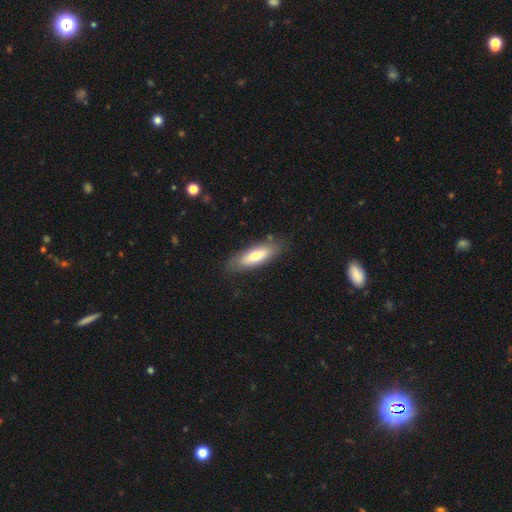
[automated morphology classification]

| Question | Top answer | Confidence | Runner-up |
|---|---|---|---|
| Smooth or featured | smooth | 67% | featured or disk (28%) |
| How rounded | in between | 62% | cigar-shaped (36%) |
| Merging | none | 81% | minor disturbance (13%) |